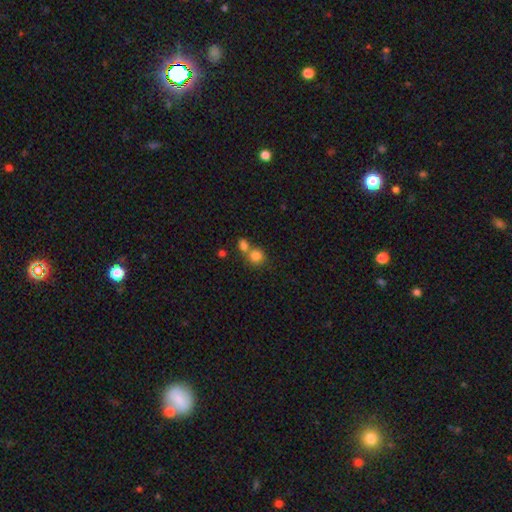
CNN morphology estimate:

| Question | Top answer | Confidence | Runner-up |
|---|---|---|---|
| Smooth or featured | smooth | 81% | star or artifact (11%) |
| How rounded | round | 83% | in between (16%) |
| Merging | none | 46% | merger (44%) |